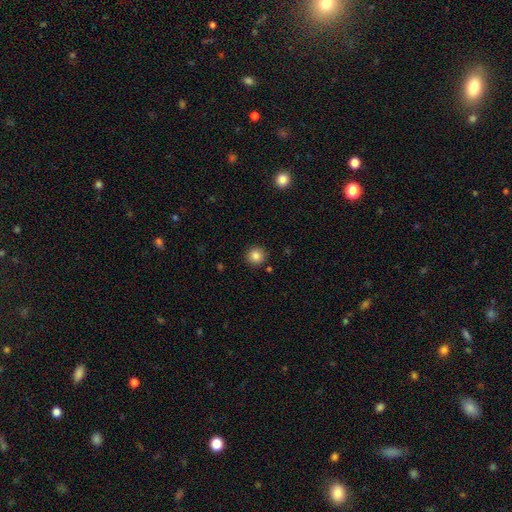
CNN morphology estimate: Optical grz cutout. It shows a smooth galaxy with no disk features (85%) that is round (94%). Merging: none (90%).